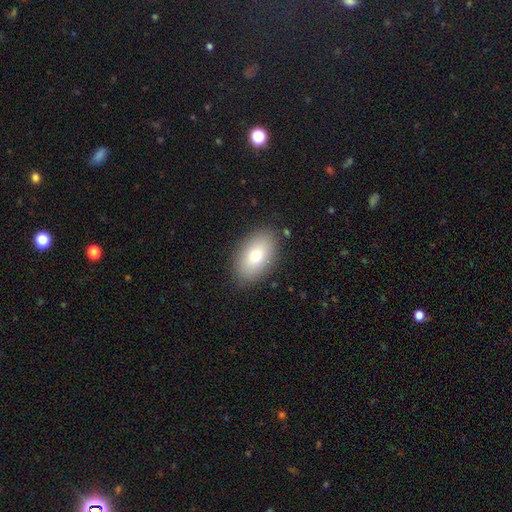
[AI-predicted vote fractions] Smooth or featured?
  - smooth: 75% *
  - featured or disk: 16%
  - star or artifact: 9%
How rounded?
  - in between: 91% *
  - round: 8%
  - cigar-shaped: 2%
Merging?
  - none: 86% *
  - minor disturbance: 10%
  - major disturbance: 3%
  - merger: 1%